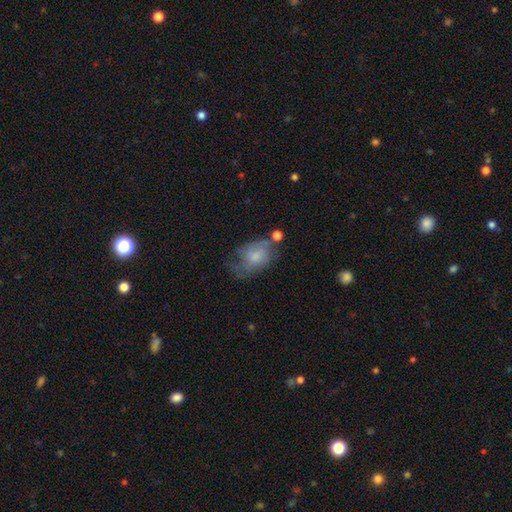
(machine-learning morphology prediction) smooth 50%, featured or disk 42%, star or artifact 8%. Down the decision tree: merging — none (37%).